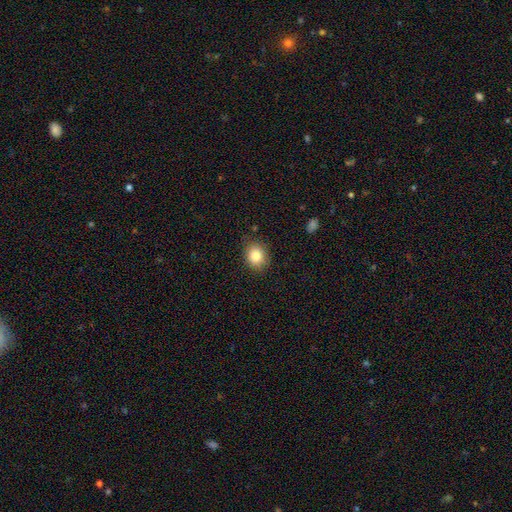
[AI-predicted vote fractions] smooth 85%, star or artifact 9%, featured or disk 6%. Down the decision tree: how rounded — round (63%); merging — none (84%).